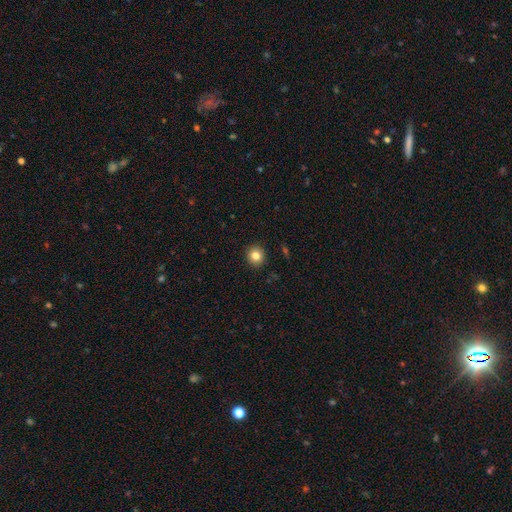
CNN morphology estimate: Smooth or featured? Predicted: smooth (p=0.82). How rounded? Predicted: round (p=0.88). Merging? Predicted: none (p=0.92).